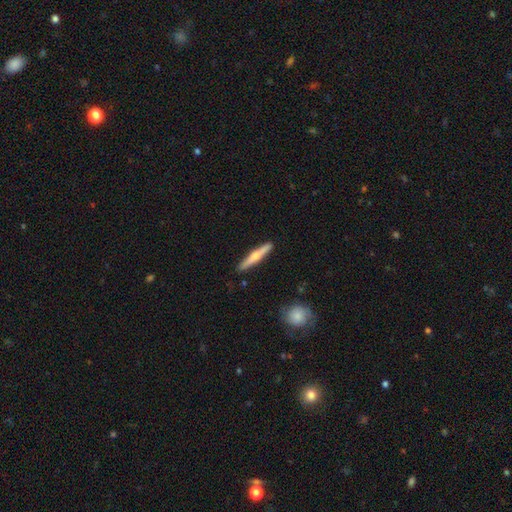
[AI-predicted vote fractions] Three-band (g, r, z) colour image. It shows a featured or disk galaxy (51%) viewed edge-on (96%). Merging: none (89%).